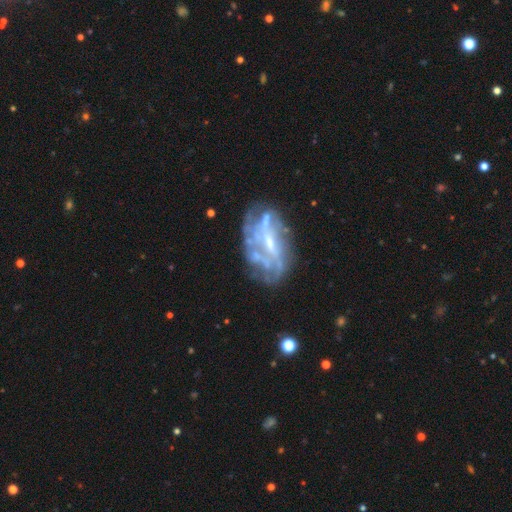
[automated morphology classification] A featured or disk galaxy (73%) with a weak bar (40%), spiral arms (73%) and a small central bulge (53%). Merging: none (64%).